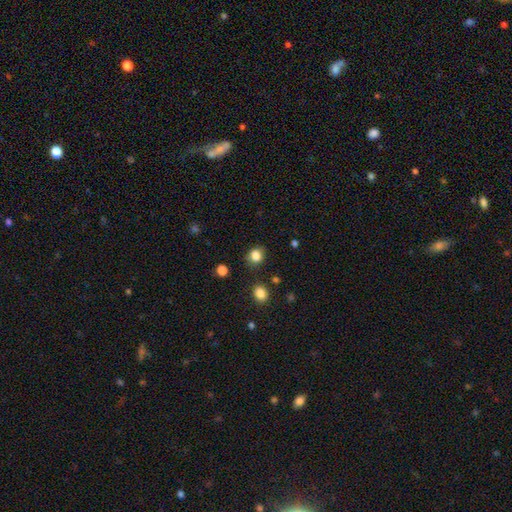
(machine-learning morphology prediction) Q: Smooth or featured?
A: smooth (83%); runner-up: star or artifact (12%)
Q: How rounded?
A: round (73%); runner-up: in between (26%)
Q: Merging?
A: none (82%); runner-up: minor disturbance (11%)